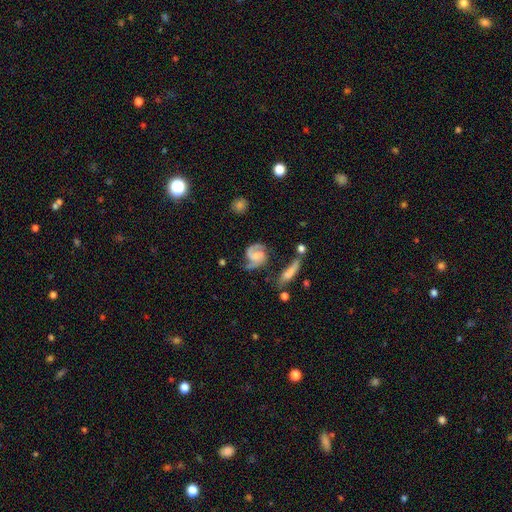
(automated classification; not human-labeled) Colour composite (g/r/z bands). It shows a featured or disk galaxy (84%) with no bar (58%), 2 (88%) medium (49%) spiral arms (96%) and no central bulge (43%). Merging: none (60%).